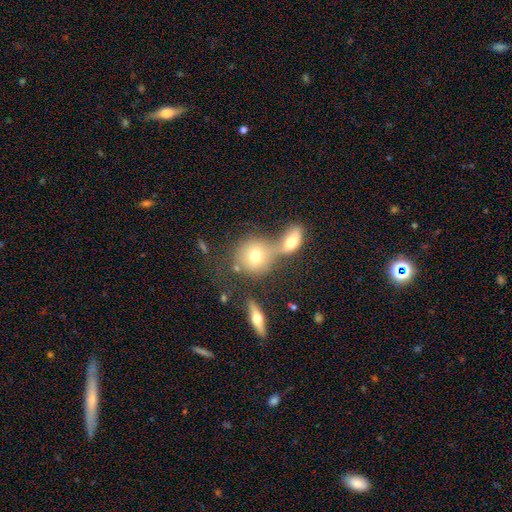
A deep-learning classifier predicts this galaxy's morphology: A smooth galaxy with no disk features (69%) that is round (77%).

Vote fractions:
- Smooth or featured? smooth: 69% / featured or disk: 20% / star or artifact: 11%
- How rounded? round: 77% / in between: 21% / cigar-shaped: 2%
- Merging? merger: 52% / none: 35% / minor disturbance: 8% / major disturbance: 5%